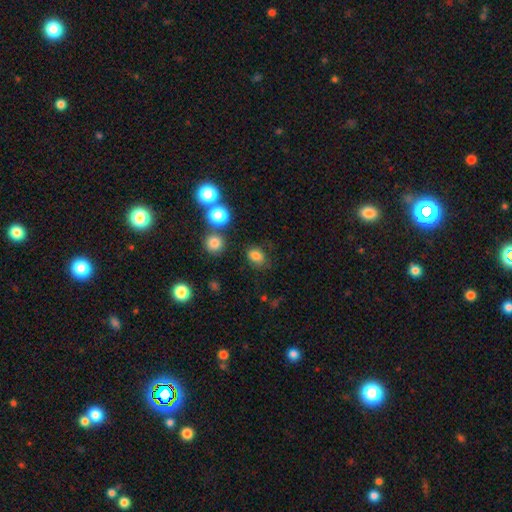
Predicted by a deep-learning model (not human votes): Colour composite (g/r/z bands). It shows a smooth galaxy with no disk features (80%) that is in between round and cigar-shaped (60%). Merging: none (70%).